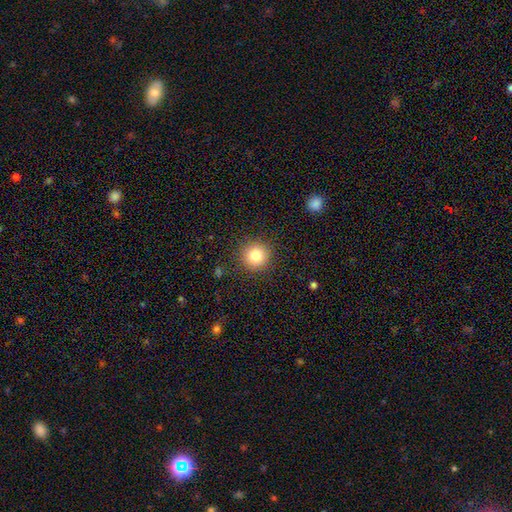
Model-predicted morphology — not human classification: This is clearly a smooth galaxy (83%). How rounded: clearly round (93%). Merging: clearly none (89%).